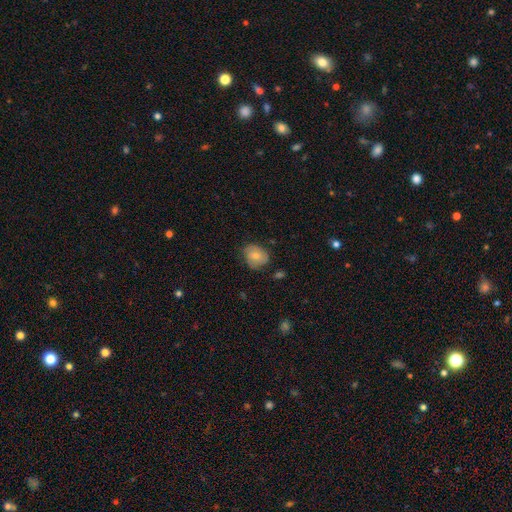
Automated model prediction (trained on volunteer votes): A smooth galaxy with no disk features (72%) that is round (54%).

Vote fractions:
- Smooth or featured? smooth: 72% / featured or disk: 20% / star or artifact: 8%
- How rounded? round: 54% / in between: 45% / cigar-shaped: 1%
- Merging? none: 65% / minor disturbance: 27% / major disturbance: 6% / merger: 2%